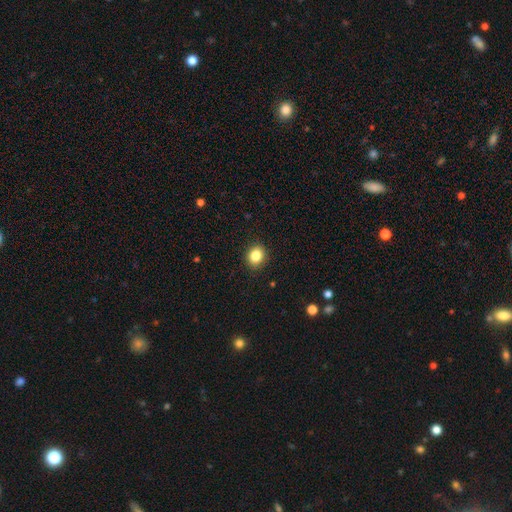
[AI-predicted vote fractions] Morphology: type=smooth (84%); roundness=round (71%); merging=none (90%).